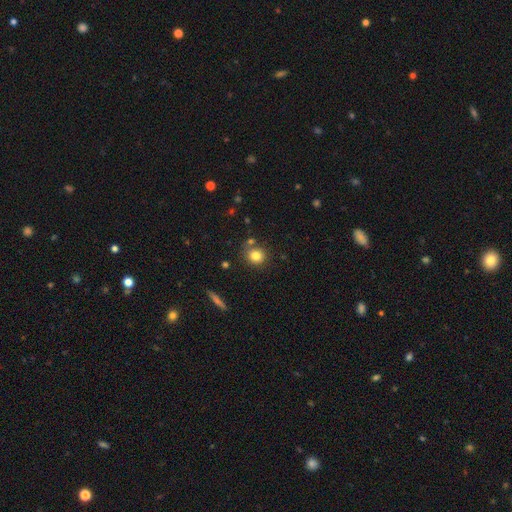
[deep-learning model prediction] smooth 81%, star or artifact 11%, featured or disk 8%. Down the decision tree: how rounded — round (85%); merging — none (76%).